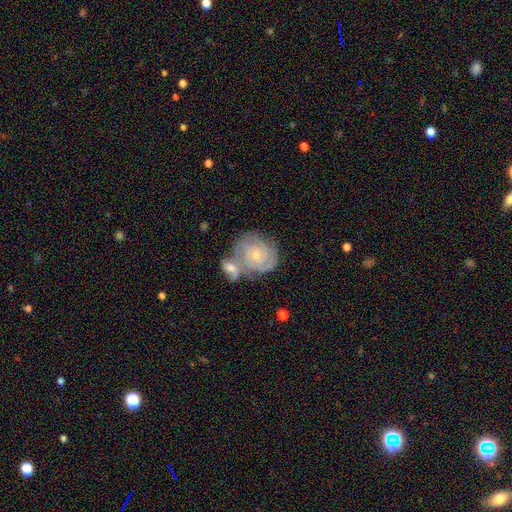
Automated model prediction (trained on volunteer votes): Overall: featured or disk (80%). Edge-on disk: no (98%). Bar: no (71%). Spiral arms: yes (95%). Spiral arm count: can't tell (27%; 3 26%). Spiral winding: tight (74%). Bulge size: small (70%). Merging: merger (42%; none 40%).